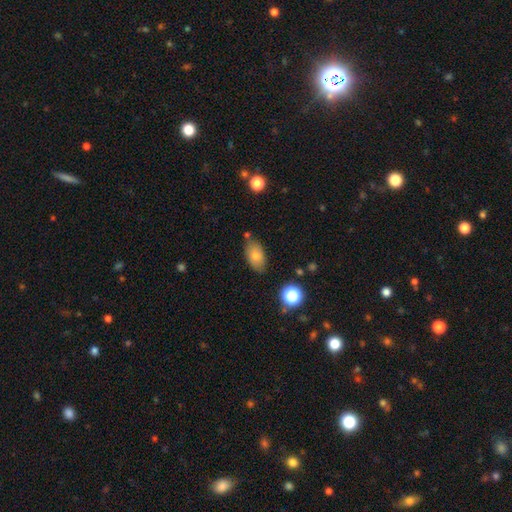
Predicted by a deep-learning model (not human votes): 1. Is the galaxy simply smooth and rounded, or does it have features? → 79% smooth, 12% featured or disk, 9% star or artifact.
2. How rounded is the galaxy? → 91% in between, 7% round, 3% cigar-shaped.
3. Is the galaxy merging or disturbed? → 74% none, 17% minor disturbance, 5% merger, 4% major disturbance.